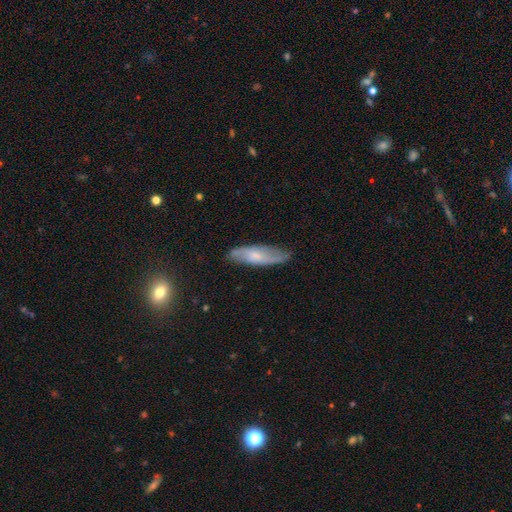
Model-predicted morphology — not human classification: Overall: featured or disk (49%; smooth 44%). Merging: none (77%).